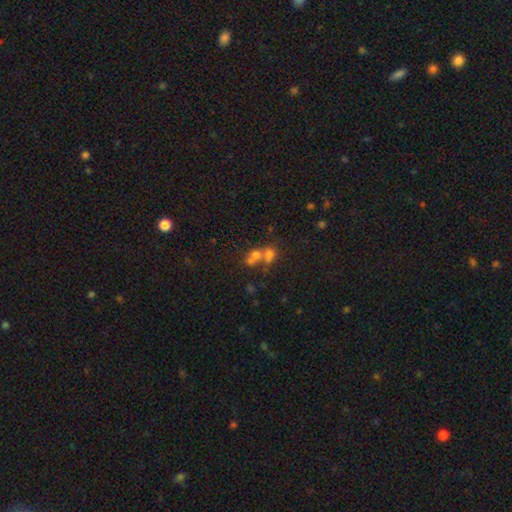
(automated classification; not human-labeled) smooth 60%, featured or disk 22%, star or artifact 19%. Down the decision tree: how rounded — round (55%); merging — merger (62%).